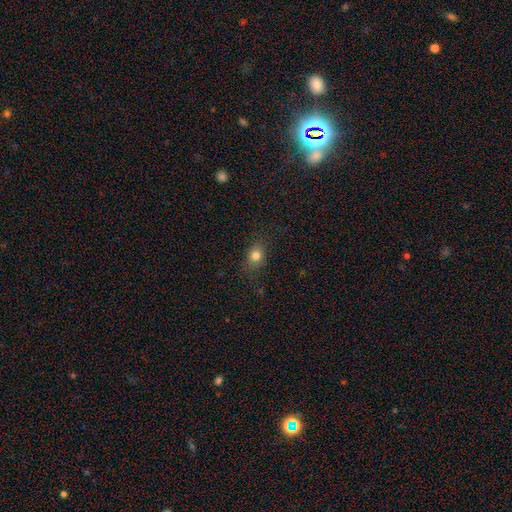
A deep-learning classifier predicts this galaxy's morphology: Overall: smooth (78%). How rounded: round (52%; in between 46%). Merging: none (81%).